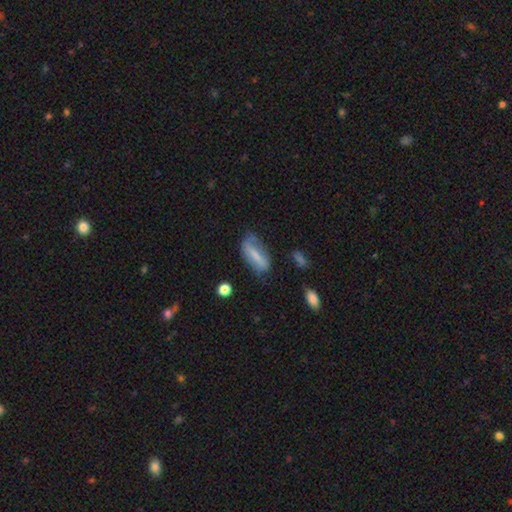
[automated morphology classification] Overall: smooth (53%; featured or disk 38%). How rounded: in between (71%). Merging: none (57%; minor disturbance 28%).